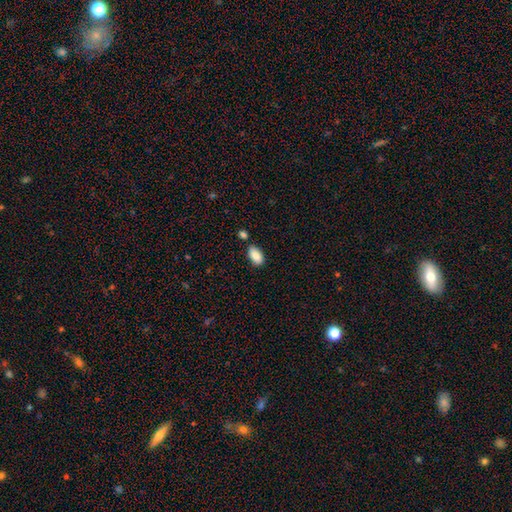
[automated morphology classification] type=smooth (85%); roundness=in between (93%); merging=none (74%).